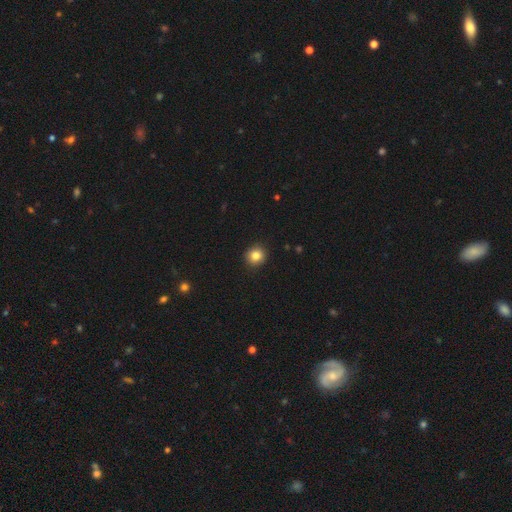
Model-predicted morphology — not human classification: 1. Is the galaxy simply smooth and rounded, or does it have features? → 84% smooth, 11% star or artifact, 6% featured or disk.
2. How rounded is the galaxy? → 88% round, 11% in between, 1% cigar-shaped.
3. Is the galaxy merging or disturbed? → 92% none, 6% minor disturbance, 2% major disturbance, 1% merger.